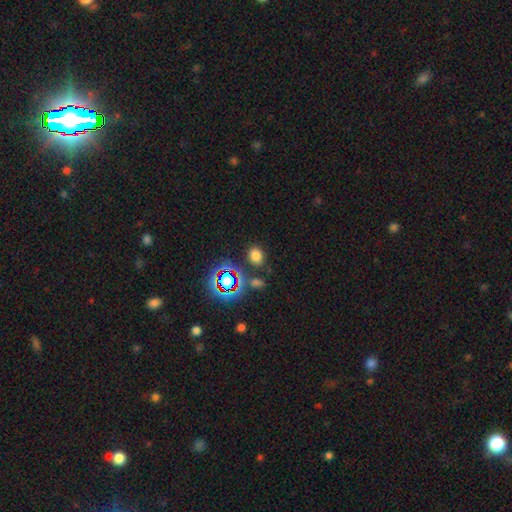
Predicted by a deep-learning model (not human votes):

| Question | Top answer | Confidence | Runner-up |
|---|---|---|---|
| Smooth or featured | smooth | 72% | star or artifact (21%) |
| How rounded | in between | 61% | round (38%) |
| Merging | none | 80% | minor disturbance (10%) |